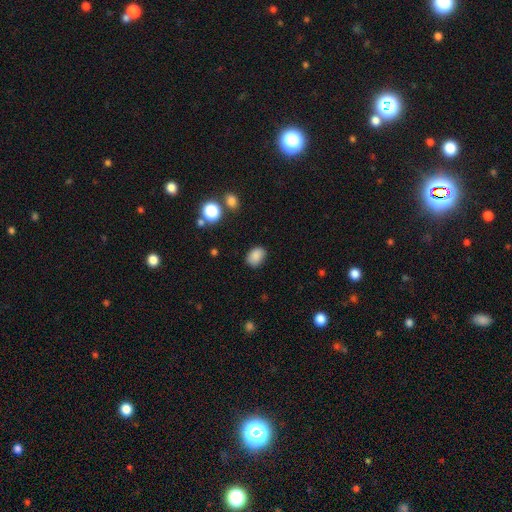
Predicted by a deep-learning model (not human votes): smooth-or-featured: smooth: 86% | star or artifact: 10% | featured or disk: 4%
  how-rounded: in between: 72% | round: 27% | cigar-shaped: 1%
  merging: none: 83% | minor disturbance: 12% | major disturbance: 3% | merger: 1%